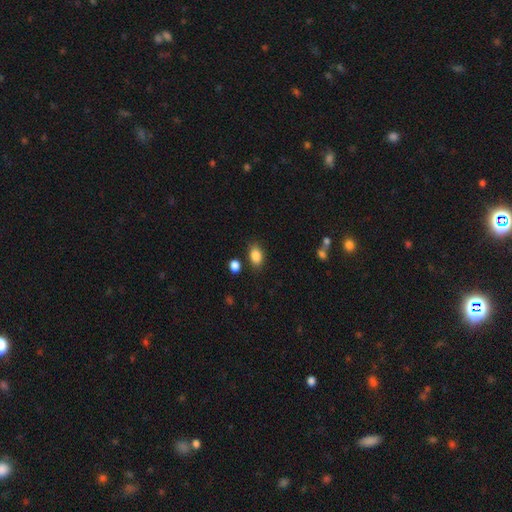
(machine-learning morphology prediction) Smooth or featured? Predicted: smooth (p=0.87). How rounded? Predicted: in between (p=0.84). Merging? Predicted: none (p=0.81).